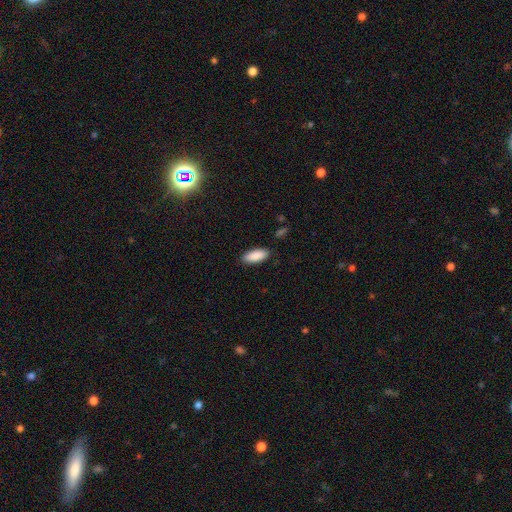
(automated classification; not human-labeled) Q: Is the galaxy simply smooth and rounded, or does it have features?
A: smooth — 90%.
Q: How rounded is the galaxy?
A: in between — 84%.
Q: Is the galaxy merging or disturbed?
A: none — 87%.